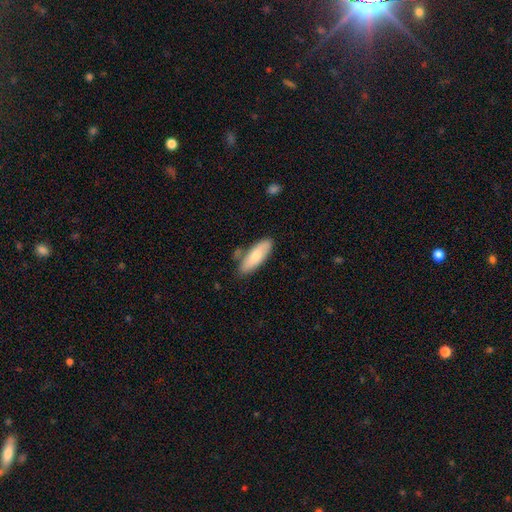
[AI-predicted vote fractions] Morphology: type=smooth (75%); roundness=in between (65%); merging=none (73%).